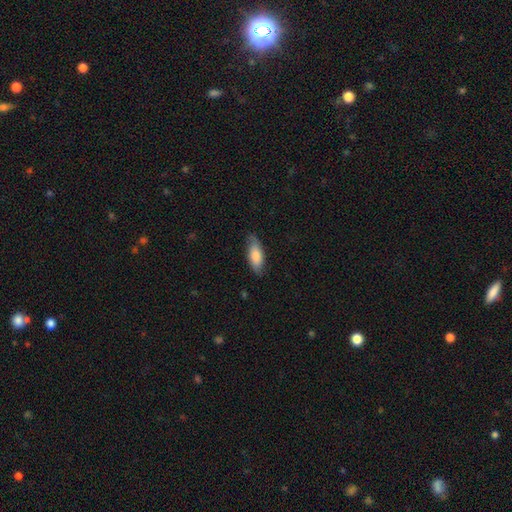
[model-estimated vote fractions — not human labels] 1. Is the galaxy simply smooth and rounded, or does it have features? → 72% smooth, 22% featured or disk, 6% star or artifact.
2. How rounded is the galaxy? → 78% in between, 20% cigar-shaped, 2% round.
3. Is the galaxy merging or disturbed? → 75% none, 20% minor disturbance, 4% major disturbance, 1% merger.